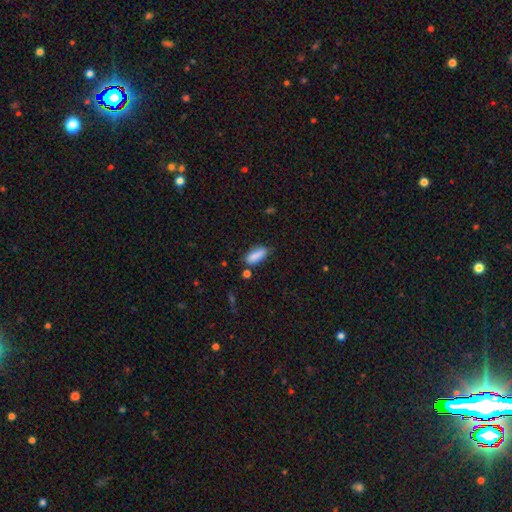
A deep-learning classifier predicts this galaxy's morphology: type=smooth (85%); roundness=in between (69%); merging=none (70%).